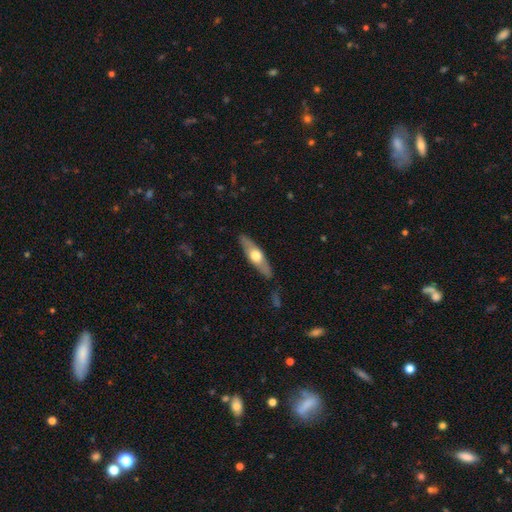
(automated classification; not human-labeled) Overall: featured or disk (52%; smooth 43%). Edge-on disk: yes (82%). Merging: none (86%).